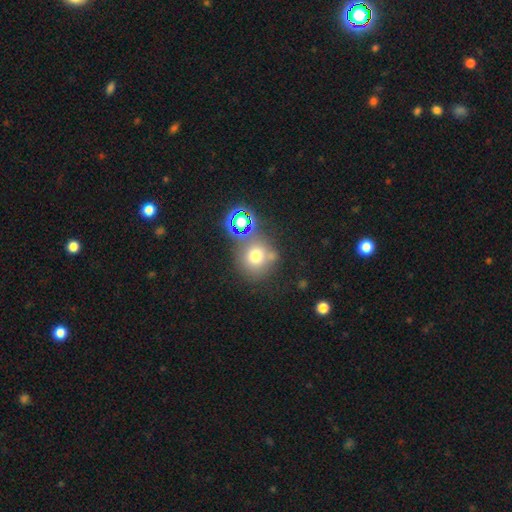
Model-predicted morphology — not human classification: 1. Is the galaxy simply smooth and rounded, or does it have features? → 67% smooth, 21% star or artifact, 12% featured or disk.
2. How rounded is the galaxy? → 87% round, 12% in between, 1% cigar-shaped.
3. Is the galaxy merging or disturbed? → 63% none, 19% merger, 13% minor disturbance, 6% major disturbance.